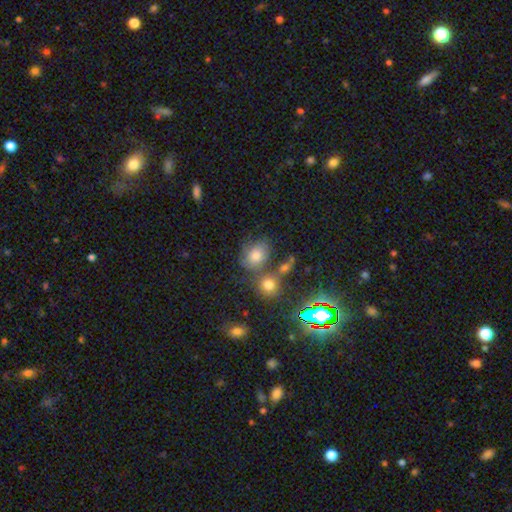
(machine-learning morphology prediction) A smooth galaxy with no disk features (67%) that is in between round and cigar-shaped (55%).

Vote fractions:
- Smooth or featured? smooth: 67% / star or artifact: 17% / featured or disk: 15%
- How rounded? in between: 55% / round: 44% / cigar-shaped: 1%
- Merging? none: 51% / merger: 21% / minor disturbance: 19% / major disturbance: 9%